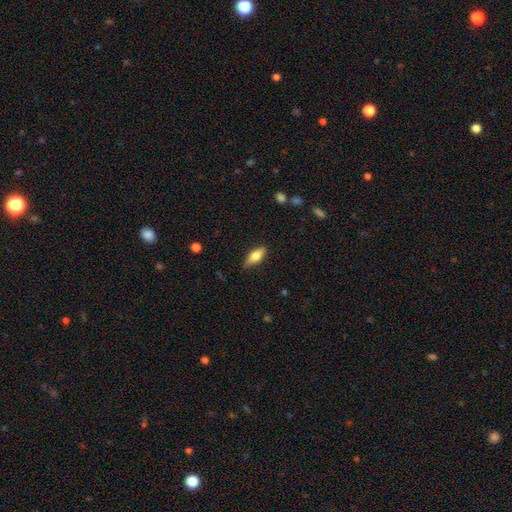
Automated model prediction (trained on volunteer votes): This is likely a smooth galaxy (70%). How rounded: likely in between (75%). Merging: clearly none (80%).